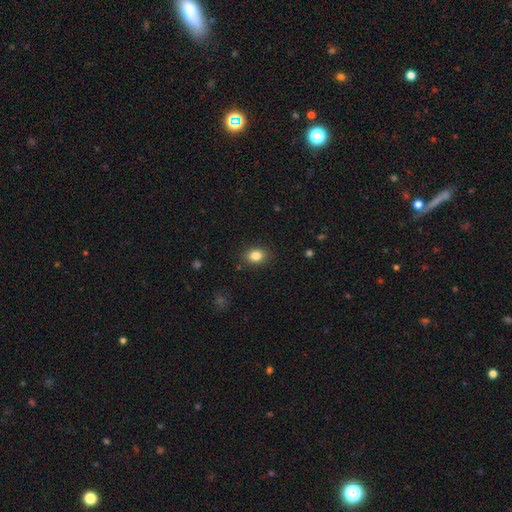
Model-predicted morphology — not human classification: A smooth galaxy with no disk features (84%) that is in between round and cigar-shaped (62%). Merging: none (87%).